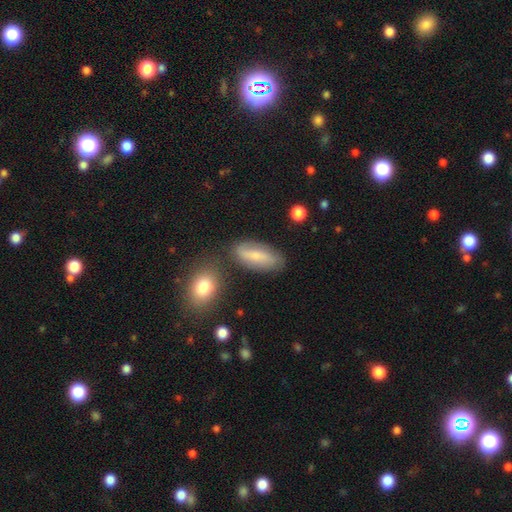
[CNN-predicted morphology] This appears to be a smooth galaxy with no disk features (55%) that is in between round and cigar-shaped (76%). Merging: none (74%).